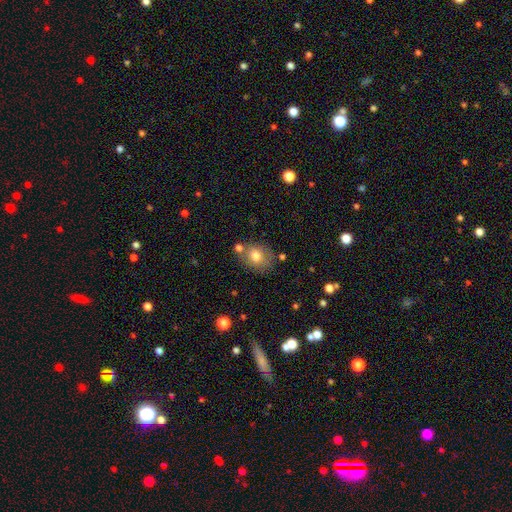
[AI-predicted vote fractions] smooth-or-featured: smooth: 75% | featured or disk: 15% | star or artifact: 10%
  how-rounded: round: 55% | in between: 44% | cigar-shaped: 1%
  merging: none: 68% | minor disturbance: 16% | merger: 11% | major disturbance: 5%